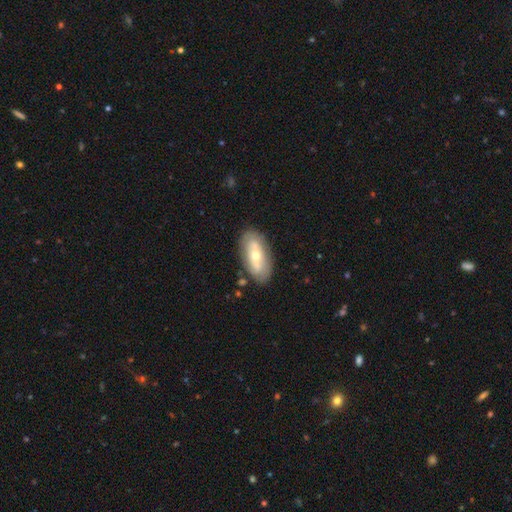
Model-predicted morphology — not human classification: A featured or disk galaxy (54%). Merging: none (80%).